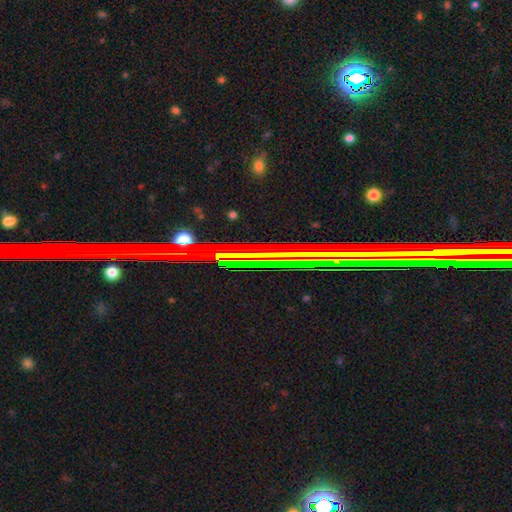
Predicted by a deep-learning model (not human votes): Overall: star or artifact (73%).